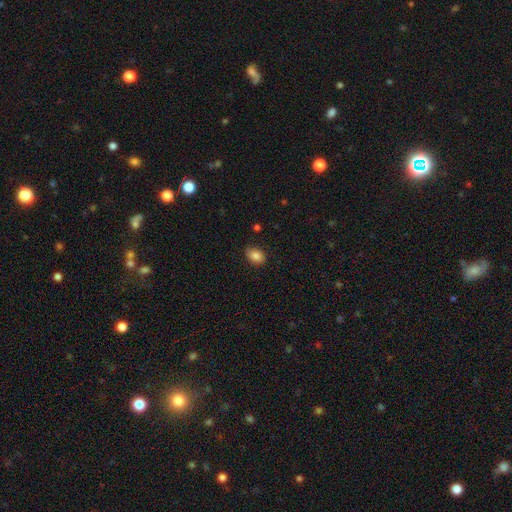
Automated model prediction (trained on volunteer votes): smooth 85%, star or artifact 9%, featured or disk 6%. Down the decision tree: how rounded — in between (71%); merging — none (82%).